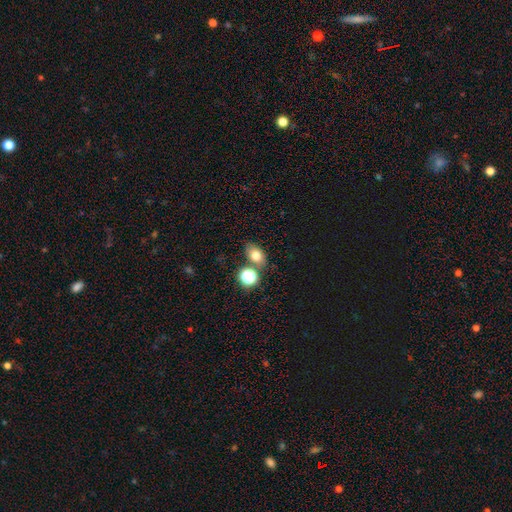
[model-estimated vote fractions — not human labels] This is likely a smooth galaxy (73%). How rounded: likely in between (69%). Merging: likely none (68%).